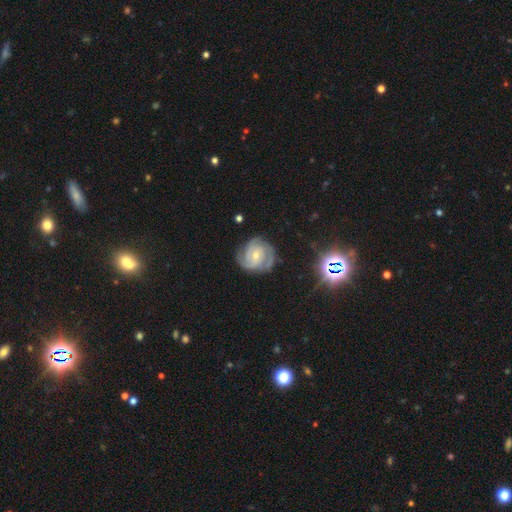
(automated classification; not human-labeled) Smooth or featured: featured or disk — 81% (smooth — 13%)
Edge-on disk: no — 98% (yes — 2%)
Bar: no — 59% (weak — 33%)
Spiral arms: yes — 95% (no — 5%)
Spiral winding: tight — 61% (medium — 32%)
Spiral arm count: 3 — 33% (2 — 29%)
Bulge size: small — 56% (moderate — 40%)
Merging: none — 68% (minor disturbance — 21%)